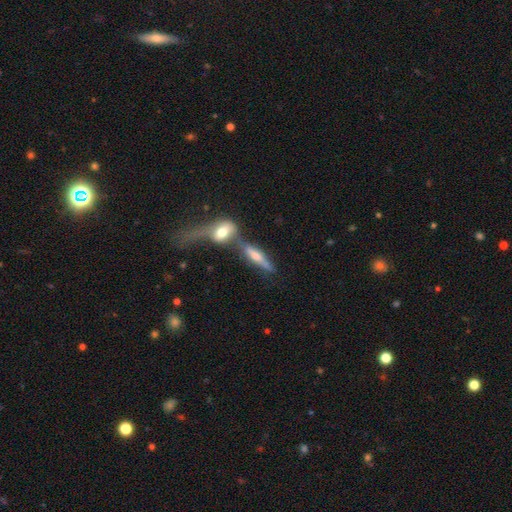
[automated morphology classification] Overall: featured or disk (59%; smooth 33%). Edge-on disk: yes (82%). Merging: merger (45%; none 35%).